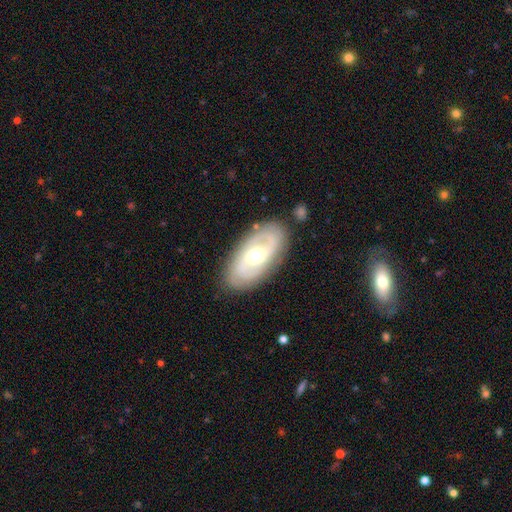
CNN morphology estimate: Smooth or featured? featured or disk (76%)
Edge-on disk? no (93%)
Bar? no (47%)
Spiral arms? yes (83%)
Spiral winding? tight (44%)
Spiral arm count? 2 (70%)
Bulge size? moderate (72%)
Merging? none (82%)